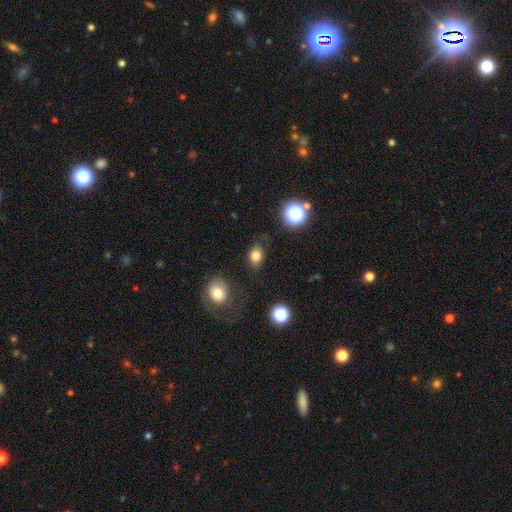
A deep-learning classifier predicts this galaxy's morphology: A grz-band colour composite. It shows a smooth galaxy with no disk features (80%) that is in between round and cigar-shaped (72%). Merging: none (78%).